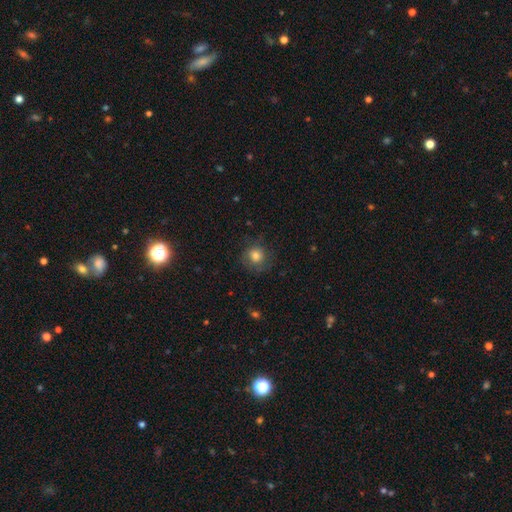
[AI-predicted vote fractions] smooth-or-featured: smooth: 79% | star or artifact: 11% | featured or disk: 10%
  how-rounded: round: 89% | in between: 10% | cigar-shaped: 1%
  merging: none: 77% | minor disturbance: 15% | major disturbance: 7% | merger: 1%